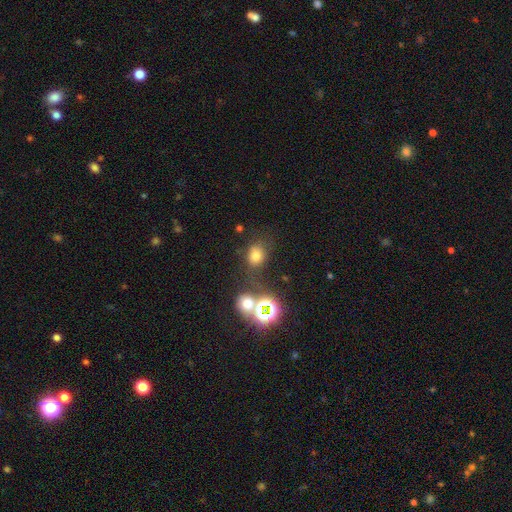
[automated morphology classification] A smooth galaxy with no disk features (69%) that is round (57%). Merging: none (67%).